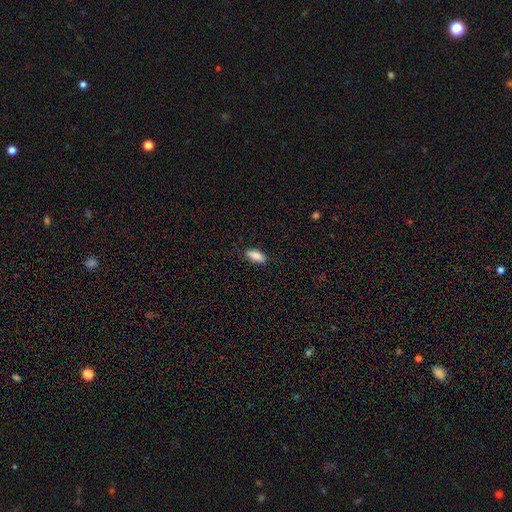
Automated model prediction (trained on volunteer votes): The model was most divided on "how rounded": in between: 82%, cigar-shaped: 16%, round: 2%. More confident: smooth or featured — smooth (87%); merging — none (86%).